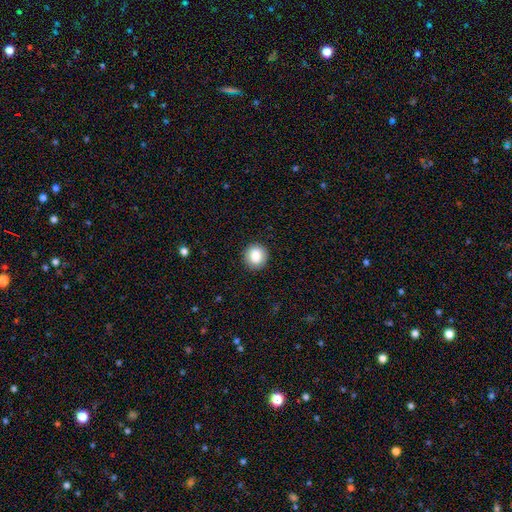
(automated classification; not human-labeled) Overall: smooth (86%). How rounded: round (91%). Merging: none (91%).